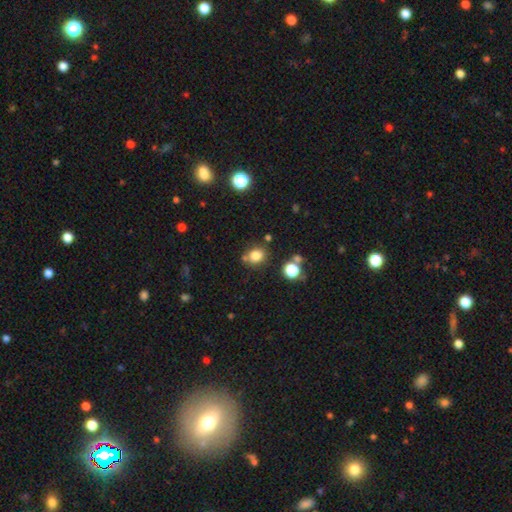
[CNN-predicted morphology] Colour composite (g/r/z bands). It shows a smooth galaxy with no disk features (80%) that is round (68%). Merging: none (73%).